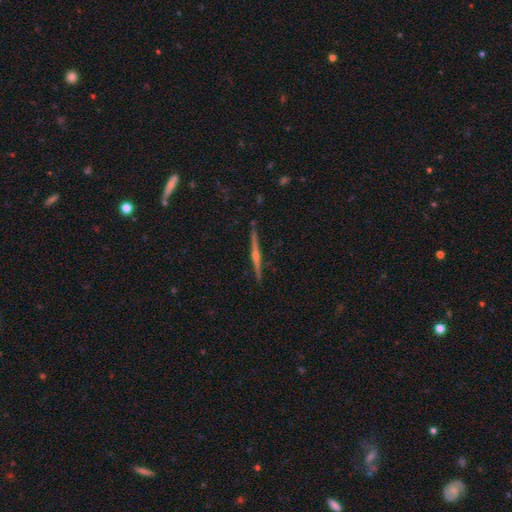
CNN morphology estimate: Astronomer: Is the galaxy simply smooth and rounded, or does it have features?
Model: featured or disk — 83%.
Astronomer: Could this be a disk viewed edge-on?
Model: yes — 99%.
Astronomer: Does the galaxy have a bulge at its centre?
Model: rounded — 89%.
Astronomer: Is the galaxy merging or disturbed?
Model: none — 91%.